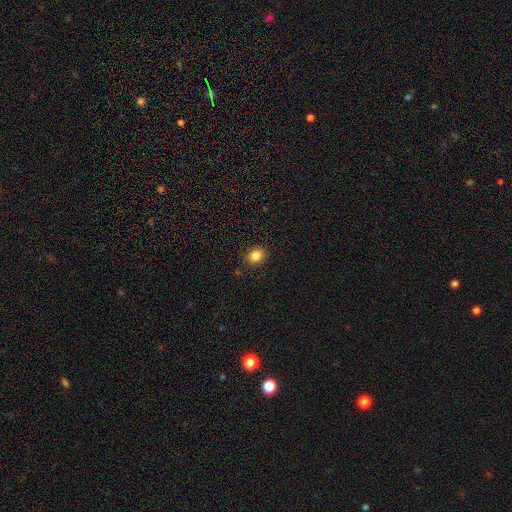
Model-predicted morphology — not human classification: Smooth or featured? Predicted: smooth (p=0.84). How rounded? Predicted: in between (p=0.51). Merging? Predicted: none (p=0.89).